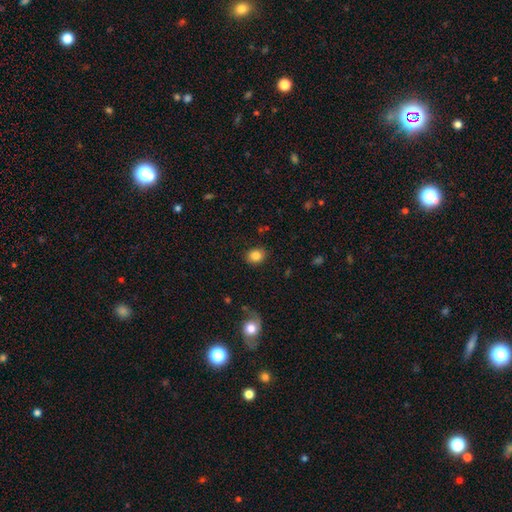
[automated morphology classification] A smooth galaxy with no disk features (84%) that is round (56%). Merging: none (86%).